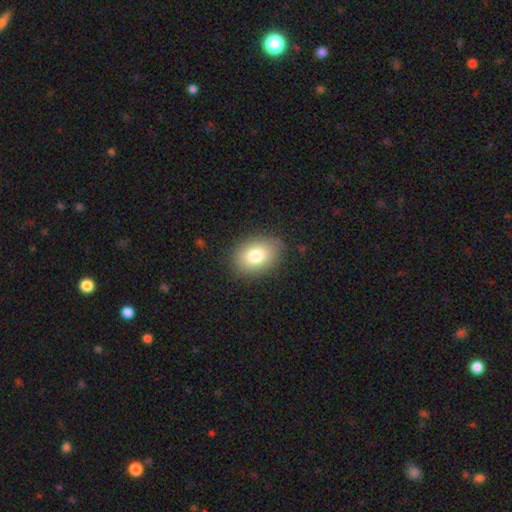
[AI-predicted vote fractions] A smooth galaxy with no disk features (81%) that is in between round and cigar-shaped (74%).

Vote fractions:
- Smooth or featured? smooth: 81% / featured or disk: 10% / star or artifact: 9%
- How rounded? in between: 74% / round: 25% / cigar-shaped: 1%
- Merging? none: 85% / minor disturbance: 11% / major disturbance: 3% / merger: 1%